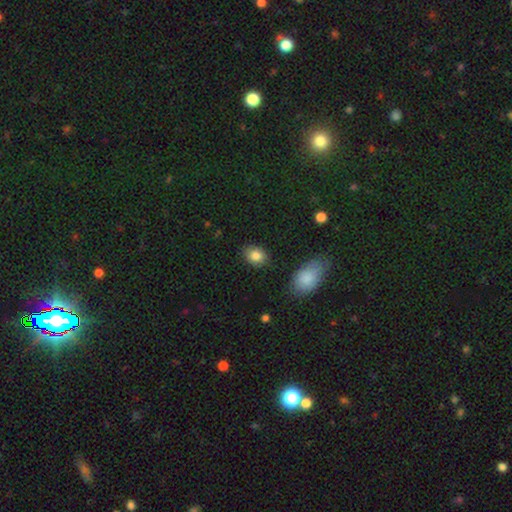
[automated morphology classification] Smooth or featured: smooth — 84% (star or artifact — 9%)
How rounded: in between — 59% (round — 40%)
Merging: none — 85% (minor disturbance — 10%)